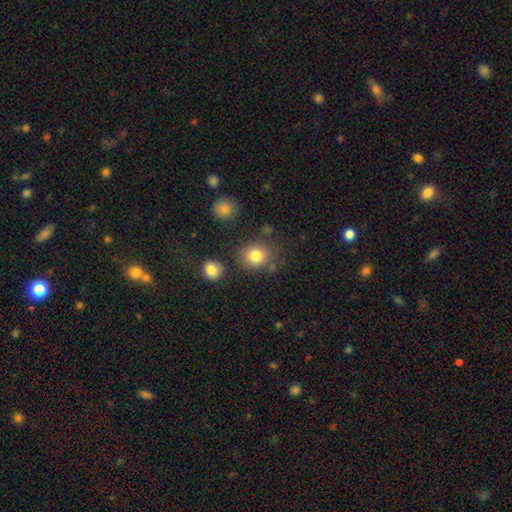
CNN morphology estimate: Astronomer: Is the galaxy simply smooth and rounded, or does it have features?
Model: smooth — 82%.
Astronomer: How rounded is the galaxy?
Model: round — 80%.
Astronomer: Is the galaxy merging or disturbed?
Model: none — 75%.